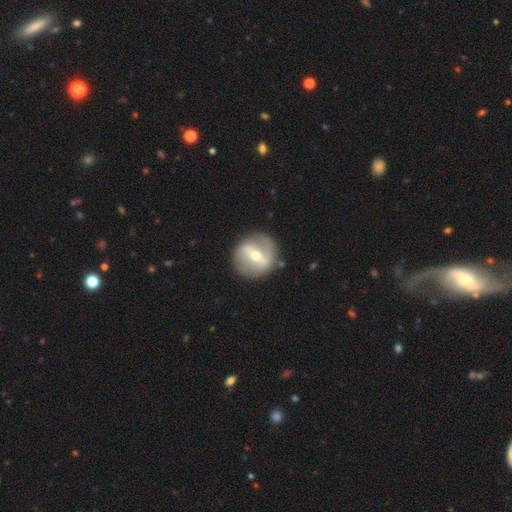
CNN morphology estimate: featured or disk 69%, smooth 25%, star or artifact 6%. Down the decision tree: edge-on disk — no (88%); bar — strong (63%); spiral arms — no (63%); bulge size — moderate (67%); merging — none (84%).